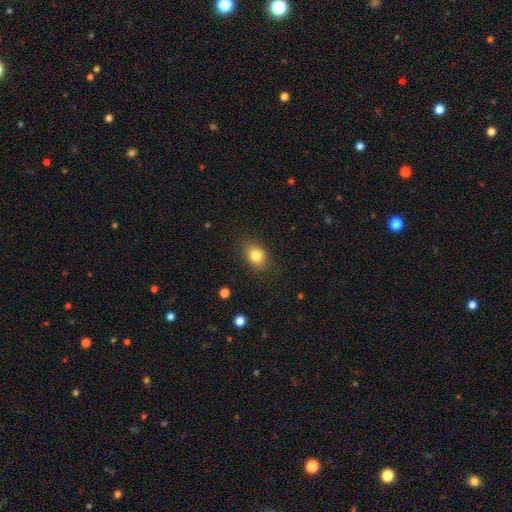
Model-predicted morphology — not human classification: Smooth or featured? Predicted: smooth (p=0.81). How rounded? Predicted: in between (p=0.60). Merging? Predicted: none (p=0.82).